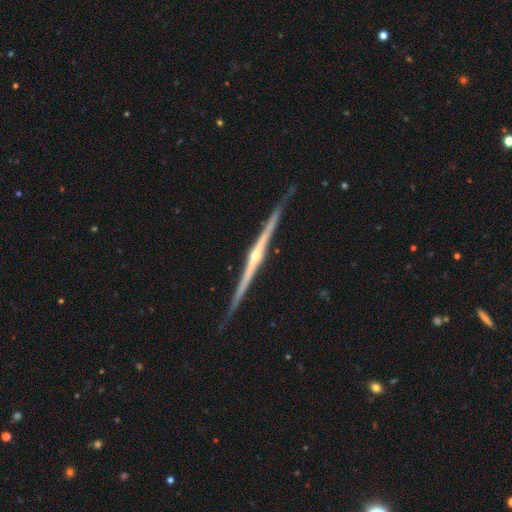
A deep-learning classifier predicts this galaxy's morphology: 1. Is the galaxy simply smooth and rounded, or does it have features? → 88% featured or disk, 7% smooth, 5% star or artifact.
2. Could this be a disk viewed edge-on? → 98% yes, 2% no.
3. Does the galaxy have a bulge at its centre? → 76% rounded, 19% none, 6% boxy.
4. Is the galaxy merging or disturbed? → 87% none, 10% minor disturbance, 2% major disturbance, 1% merger.